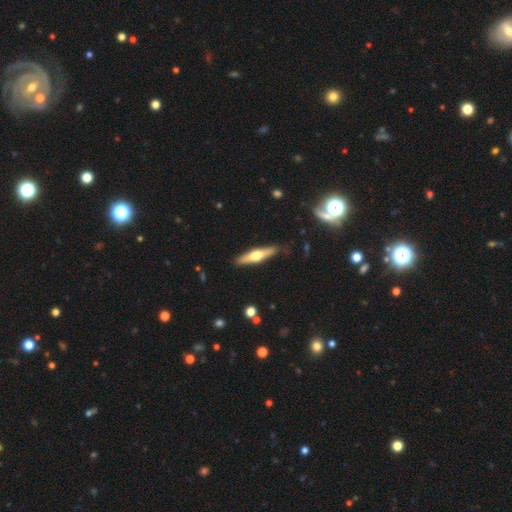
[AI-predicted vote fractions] Q: Smooth or featured?
A: featured or disk (57%); runner-up: smooth (38%)
Q: Edge-on disk?
A: yes (94%); runner-up: no (6%)
Q: Edge-on bulge?
A: rounded (93%); runner-up: boxy (4%)
Q: Merging?
A: none (88%); runner-up: minor disturbance (9%)